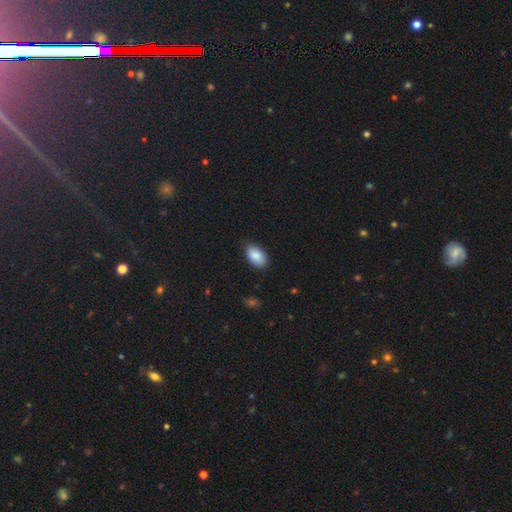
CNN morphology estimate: A smooth galaxy with no disk features (89%) that is in between round and cigar-shaped (95%). Merging: none (84%).